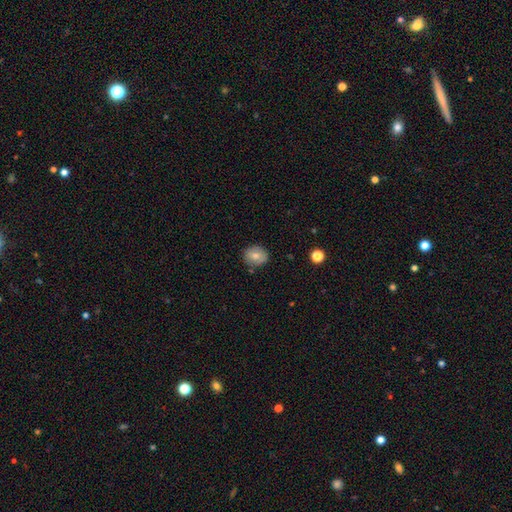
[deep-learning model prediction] Smooth or featured? Predicted: smooth (p=0.76). How rounded? Predicted: round (p=0.66). Merging? Predicted: none (p=0.83).